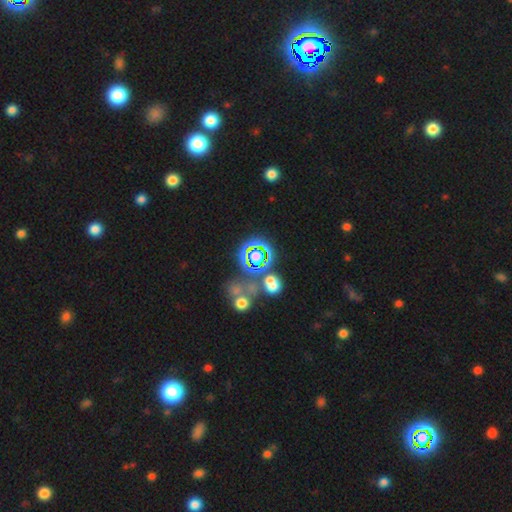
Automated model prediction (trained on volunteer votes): Smooth or featured? Predicted: star or artifact (p=0.54).